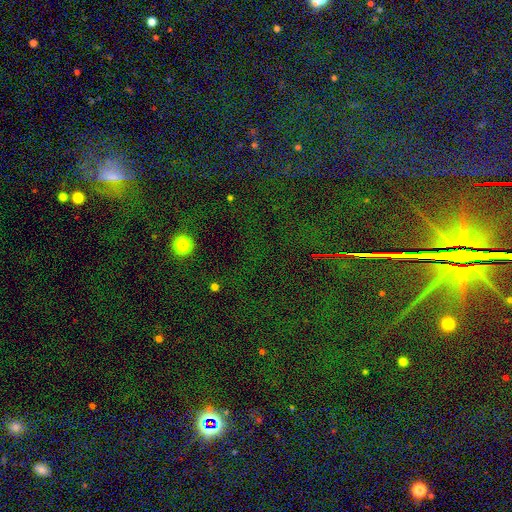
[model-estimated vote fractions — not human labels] Smooth or featured?
  - star or artifact: 83% *
  - smooth: 9%
  - featured or disk: 8%